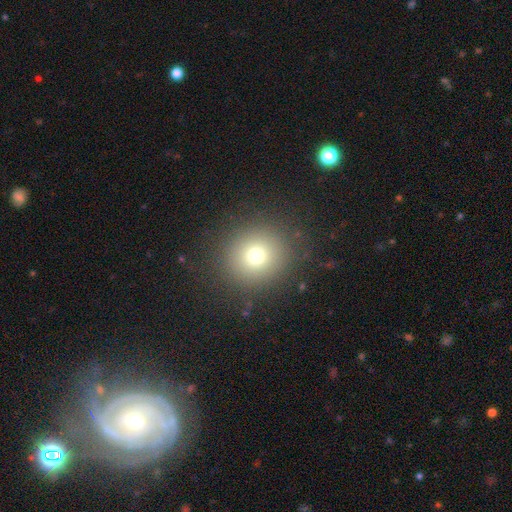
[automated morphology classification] Smooth or featured? Predicted: smooth (p=0.73). How rounded? Predicted: round (p=0.92). Merging? Predicted: none (p=0.87).